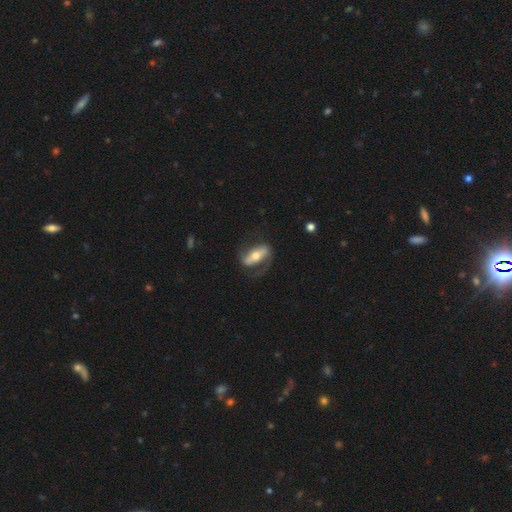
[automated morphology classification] featured or disk 70%, smooth 25%, star or artifact 6%. Down the decision tree: edge-on disk — no (83%); bar — strong (61%); spiral arms — yes (79%); bulge size — moderate (62%); merging — none (65%).